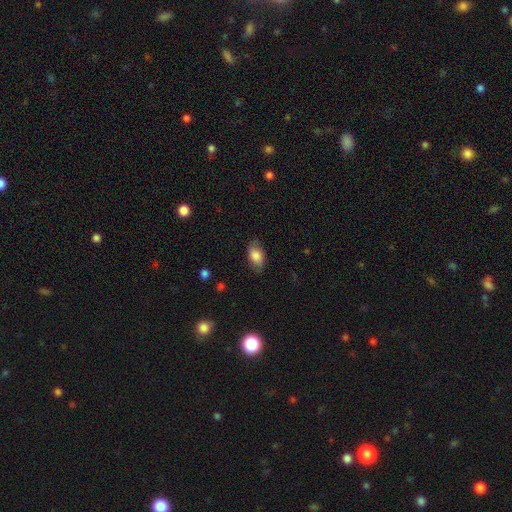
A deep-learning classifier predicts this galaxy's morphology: smooth-or-featured: smooth: 80% | featured or disk: 13% | star or artifact: 8%
  how-rounded: in between: 90% | round: 8% | cigar-shaped: 2%
  merging: none: 77% | minor disturbance: 17% | major disturbance: 4% | merger: 1%